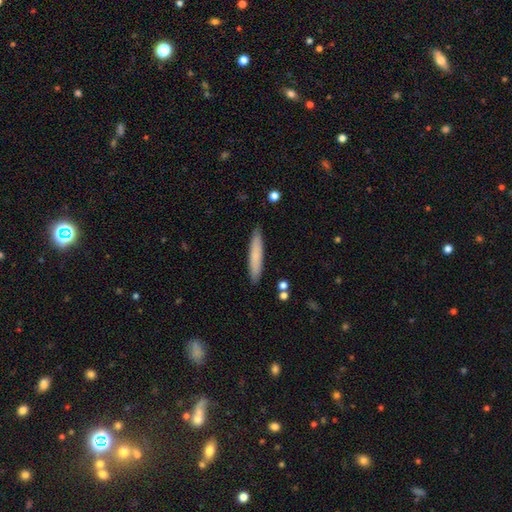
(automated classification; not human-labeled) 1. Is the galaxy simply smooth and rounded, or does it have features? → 75% smooth, 19% featured or disk, 6% star or artifact.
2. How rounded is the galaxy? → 93% cigar-shaped, 6% in between, 1% round.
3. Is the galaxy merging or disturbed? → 89% none, 8% minor disturbance, 1% major disturbance, 1% merger.